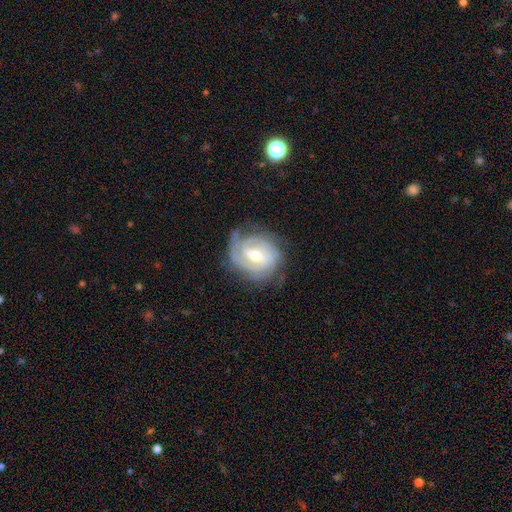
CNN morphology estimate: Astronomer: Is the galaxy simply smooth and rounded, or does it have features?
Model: featured or disk — 88%.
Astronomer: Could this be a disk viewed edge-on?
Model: no — 97%.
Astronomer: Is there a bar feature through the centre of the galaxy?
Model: weak — 53% (runner-up: strong, 31%).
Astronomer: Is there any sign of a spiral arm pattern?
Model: yes — 97%.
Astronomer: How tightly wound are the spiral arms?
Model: tight — 73%.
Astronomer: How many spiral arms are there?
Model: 2 — 32% (runner-up: 3, 28%).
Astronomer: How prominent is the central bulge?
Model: moderate — 62%.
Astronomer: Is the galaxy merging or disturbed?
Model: none — 73%.